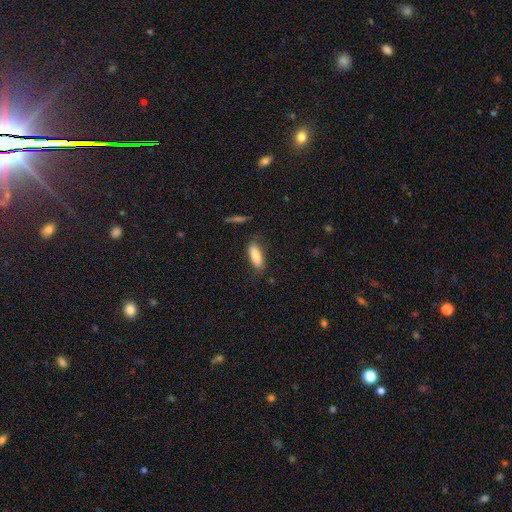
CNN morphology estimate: Overall: smooth (83%). How rounded: in between (70%). Merging: none (76%).